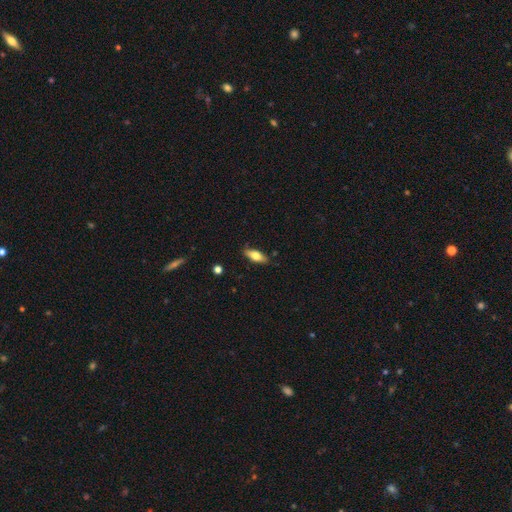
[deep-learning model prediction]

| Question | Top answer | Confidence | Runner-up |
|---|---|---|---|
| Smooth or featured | smooth | 67% | featured or disk (27%) |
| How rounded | in between | 70% | cigar-shaped (27%) |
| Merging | none | 83% | minor disturbance (13%) |